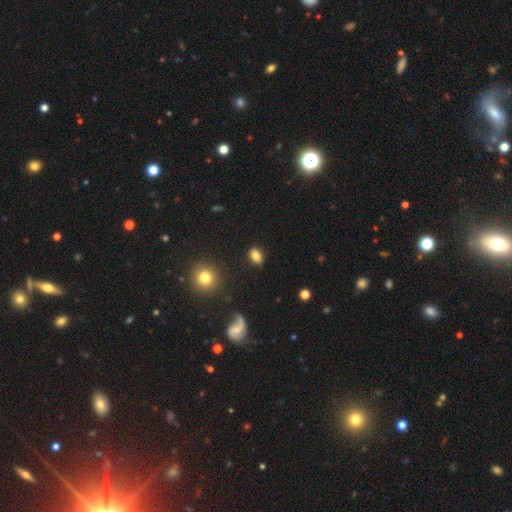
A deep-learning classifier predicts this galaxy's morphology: This is likely a smooth galaxy (80%). How rounded: likely in between (78%). Merging: clearly none (85%).